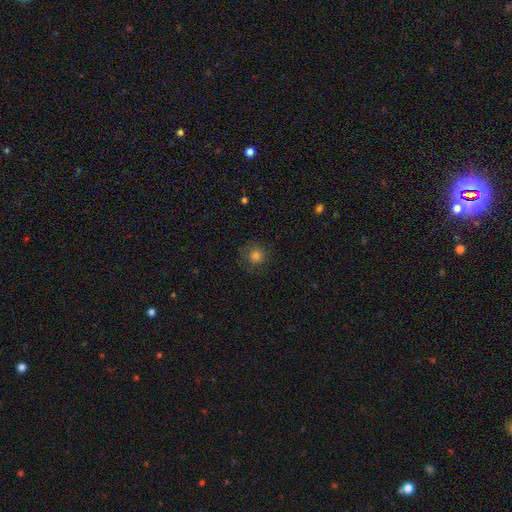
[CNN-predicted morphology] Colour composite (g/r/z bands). It shows a smooth galaxy with no disk features (80%) that is round (93%). Merging: none (84%).